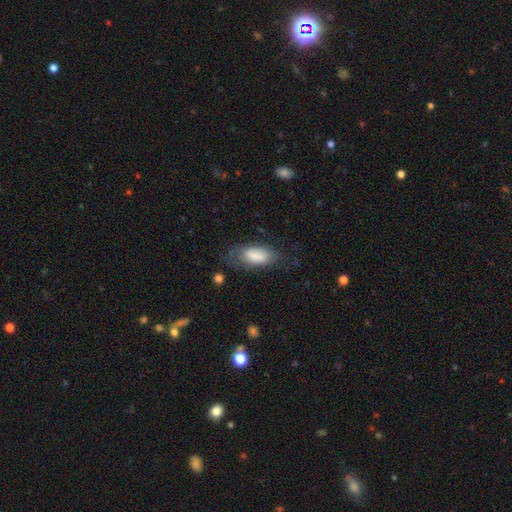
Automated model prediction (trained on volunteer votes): Smooth or featured?
  - smooth: 78% *
  - featured or disk: 15%
  - star or artifact: 7%
How rounded?
  - in between: 86% *
  - cigar-shaped: 11%
  - round: 3%
Merging?
  - none: 57% *
  - minor disturbance: 26%
  - major disturbance: 14%
  - merger: 3%